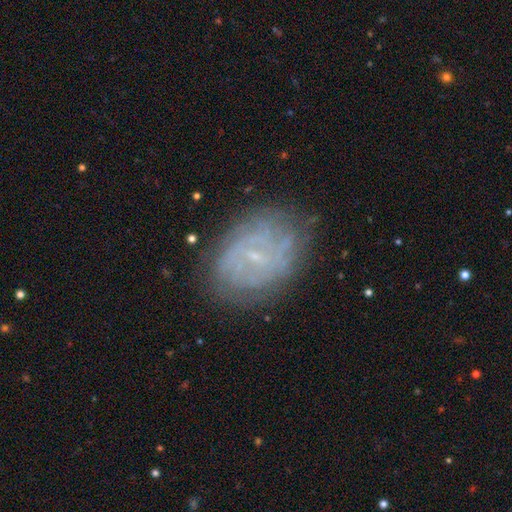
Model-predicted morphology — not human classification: featured or disk 70%, smooth 19%, star or artifact 11%. Down the decision tree: edge-on disk — no (97%); bar — no (46%); spiral arms — yes (80%); spiral arm count — can't tell (53%); spiral winding — tight (58%); bulge size — small (80%); merging — none (76%).